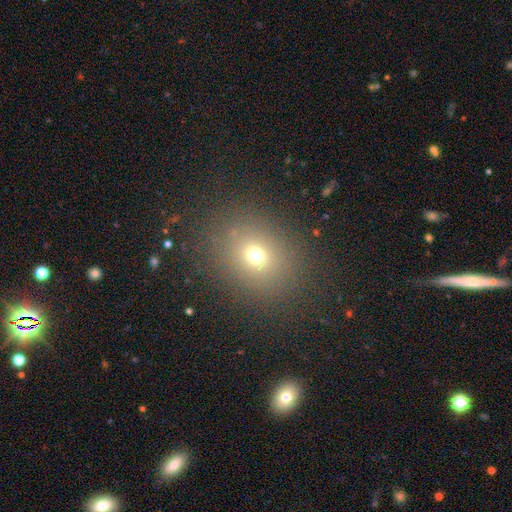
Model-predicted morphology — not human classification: The model was most divided on "how rounded": round: 60%, in between: 39%, cigar-shaped: 1%. More confident: merging — none (85%); smooth or featured — smooth (69%).